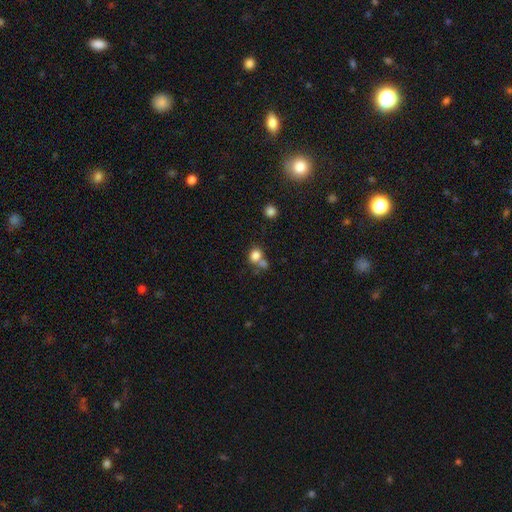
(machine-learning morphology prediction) Smooth or featured: smooth — 79% (star or artifact — 12%)
How rounded: round — 62% (in between — 37%)
Merging: none — 45% (merger — 35%)